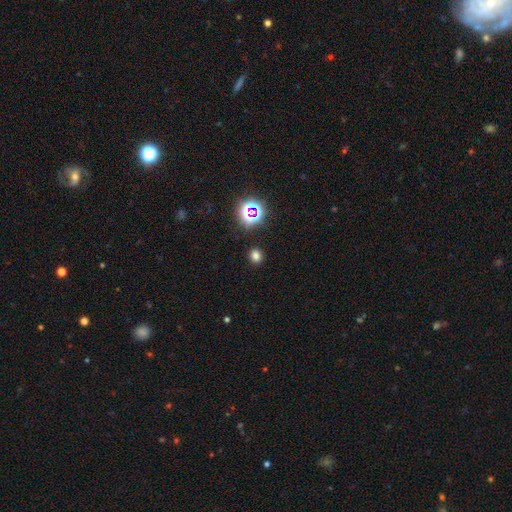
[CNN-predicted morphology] This is likely a smooth galaxy (73%). How rounded: likely round (70%). Merging: clearly none (89%).